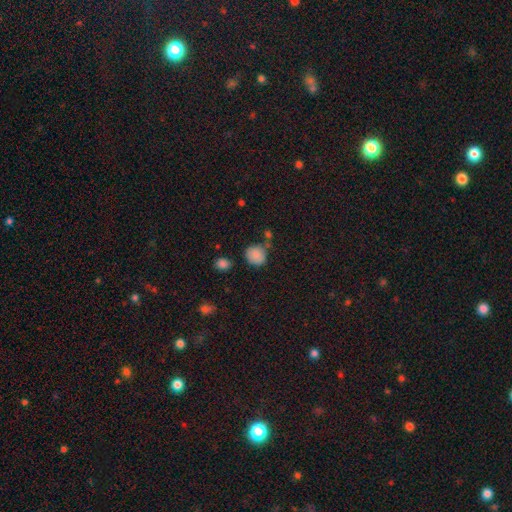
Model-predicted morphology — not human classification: Overall: smooth (85%). How rounded: round (74%). Merging: none (64%).